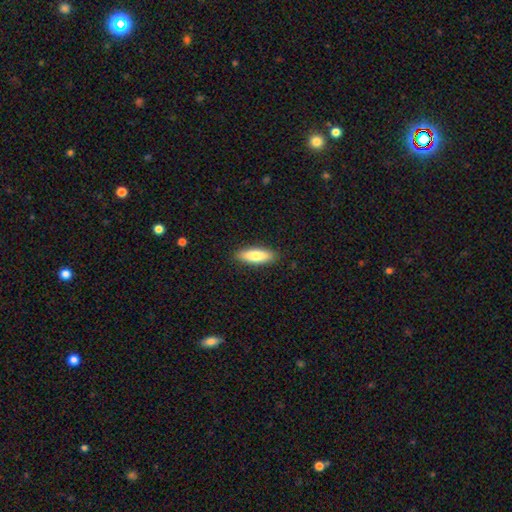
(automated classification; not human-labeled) smooth_or_featured: smooth (p=0.80) [alt: featured or disk p=0.15]
how_rounded: in between (p=0.50) [alt: cigar-shaped p=0.48]
merging: none (p=0.89) [alt: minor disturbance p=0.08]